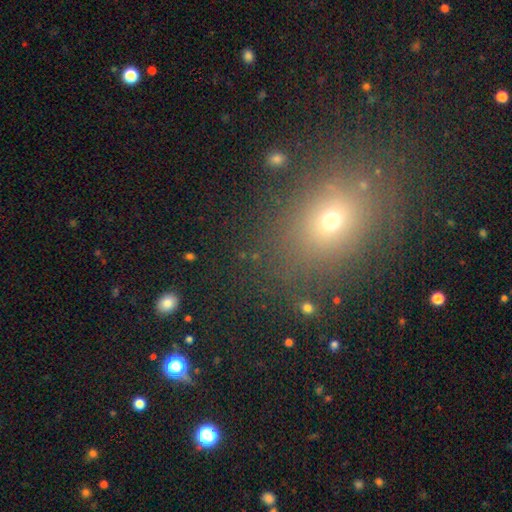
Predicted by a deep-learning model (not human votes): This is possibly a smooth galaxy (55%). How rounded: possibly round (55%). Merging: clearly none (80%).